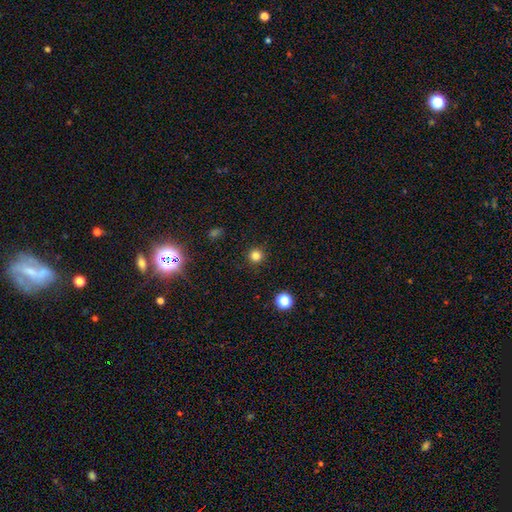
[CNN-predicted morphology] The model was most divided on "smooth or featured": smooth: 80%, star or artifact: 15%, featured or disk: 5%. More confident: how rounded — round (95%); merging — none (91%).